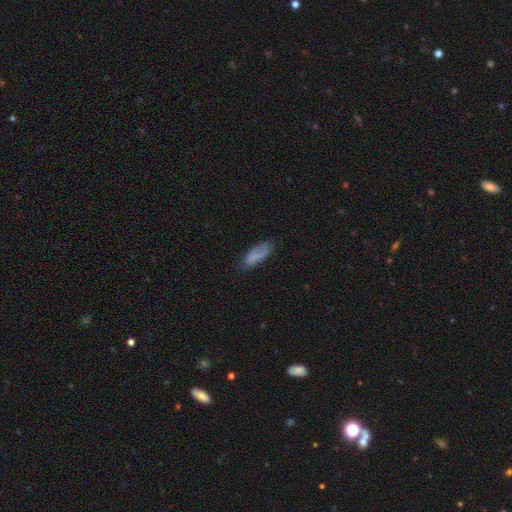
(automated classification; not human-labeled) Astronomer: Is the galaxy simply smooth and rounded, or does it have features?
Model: smooth — 75%.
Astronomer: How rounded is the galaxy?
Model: in between — 73%.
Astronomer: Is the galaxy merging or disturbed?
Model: none — 63%.